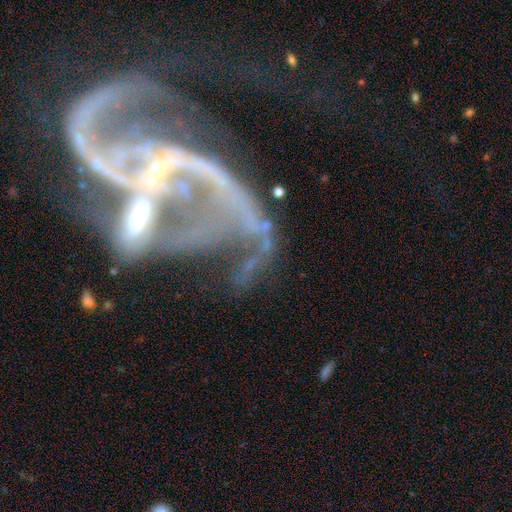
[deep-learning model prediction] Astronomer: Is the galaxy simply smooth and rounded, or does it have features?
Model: featured or disk — 81%.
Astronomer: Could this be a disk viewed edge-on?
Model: no — 96%.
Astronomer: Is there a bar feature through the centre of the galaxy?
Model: no — 46% (runner-up: weak, 28%).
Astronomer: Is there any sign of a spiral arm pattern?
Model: yes — 74%.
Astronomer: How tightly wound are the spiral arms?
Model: loose — 66%.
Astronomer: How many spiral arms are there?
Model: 2 — 48%.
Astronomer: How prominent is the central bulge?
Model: small — 59%.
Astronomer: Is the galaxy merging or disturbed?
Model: major disturbance — 40% (runner-up: merger, 31%).